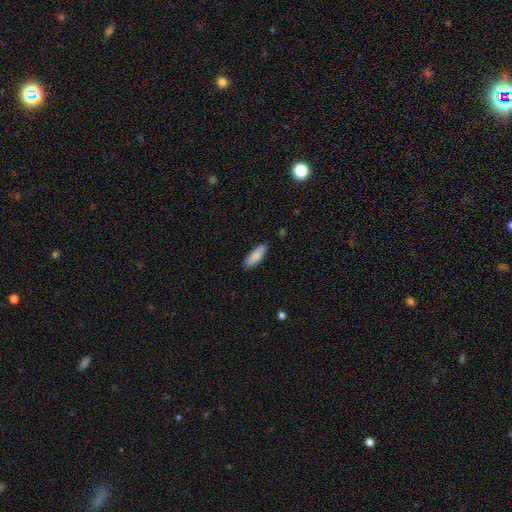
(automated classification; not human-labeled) Smooth or featured? smooth (89%)
How rounded? in between (64%)
Merging? none (86%)